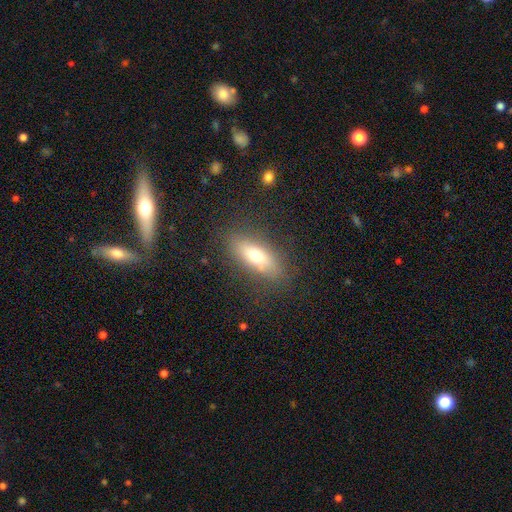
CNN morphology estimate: The model was most divided on "how rounded": in between: 66%, cigar-shaped: 30%, round: 4%. More confident: merging — none (82%); smooth or featured — smooth (64%).